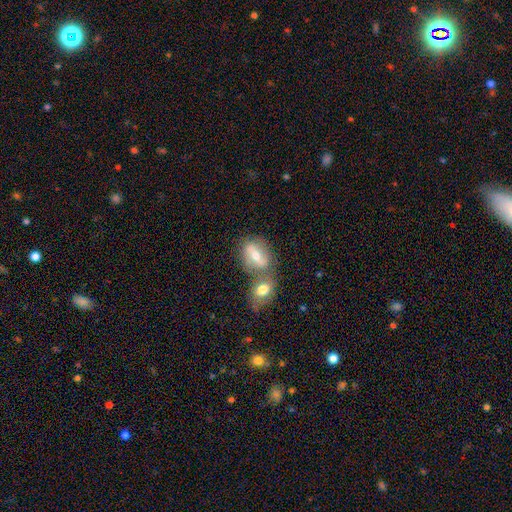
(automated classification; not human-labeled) A featured or disk galaxy (49%).

Vote fractions:
- Smooth or featured? featured or disk: 49% / smooth: 43% / star or artifact: 8%
- Merging? merger: 45% / none: 41% / minor disturbance: 10% / major disturbance: 4%